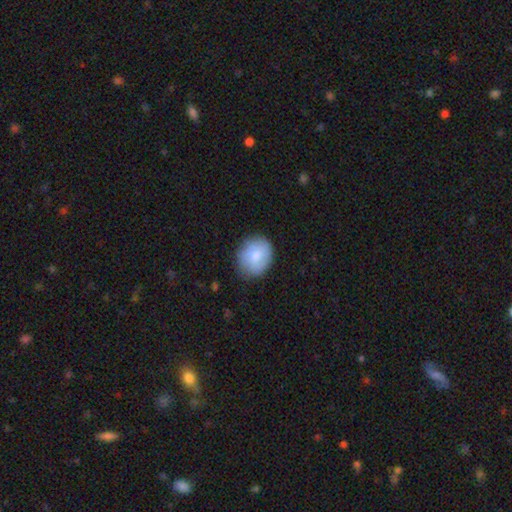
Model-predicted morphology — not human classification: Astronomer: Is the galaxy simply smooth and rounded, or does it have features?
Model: smooth — 73%.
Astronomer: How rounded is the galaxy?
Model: round — 62% (runner-up: in between, 38%).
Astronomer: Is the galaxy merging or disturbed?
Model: none — 77%.